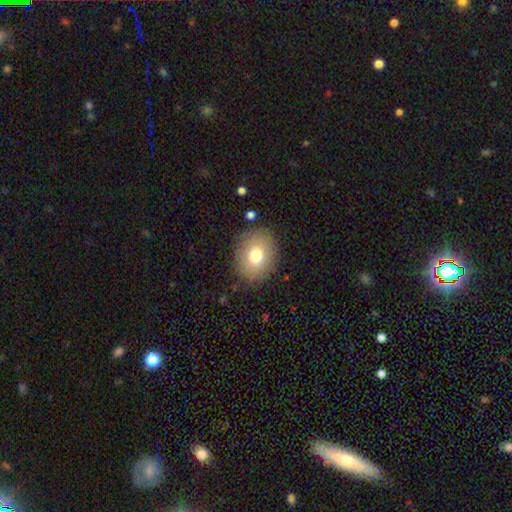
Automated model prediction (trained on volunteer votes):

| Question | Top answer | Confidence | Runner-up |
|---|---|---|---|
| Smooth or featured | smooth | 74% | featured or disk (16%) |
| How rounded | round | 55% | in between (44%) |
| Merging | none | 85% | minor disturbance (10%) |